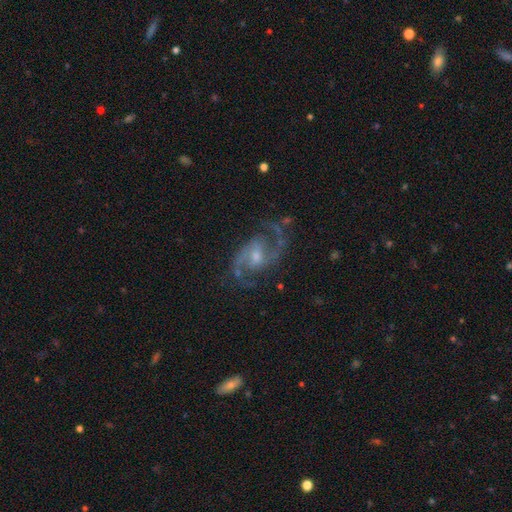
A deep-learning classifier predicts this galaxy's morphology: This appears to be a featured or disk galaxy (90%) with a weak bar (50%), 2 (91%) medium (59%) spiral arms (97%) and a moderate central bulge (47%). Merging: none (72%).